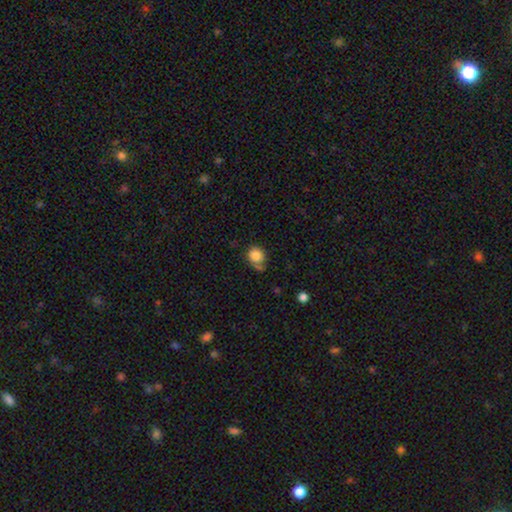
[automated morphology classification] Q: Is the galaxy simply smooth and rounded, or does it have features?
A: smooth — 81%.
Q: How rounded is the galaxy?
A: round — 68%.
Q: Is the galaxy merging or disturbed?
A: none — 53%.